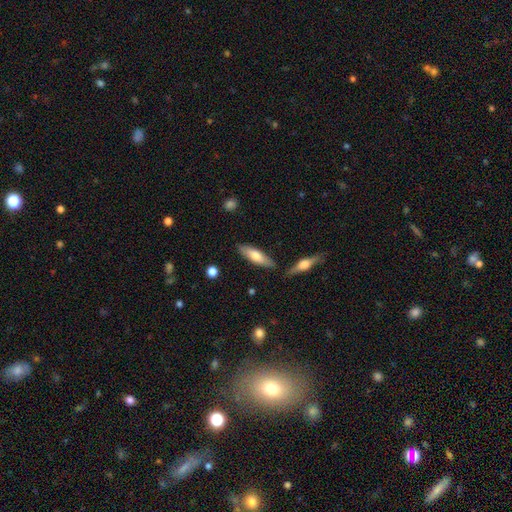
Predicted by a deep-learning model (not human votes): Smooth or featured: smooth — 66% (featured or disk — 28%)
How rounded: cigar-shaped — 56% (in between — 42%)
Merging: none — 80% (minor disturbance — 12%)